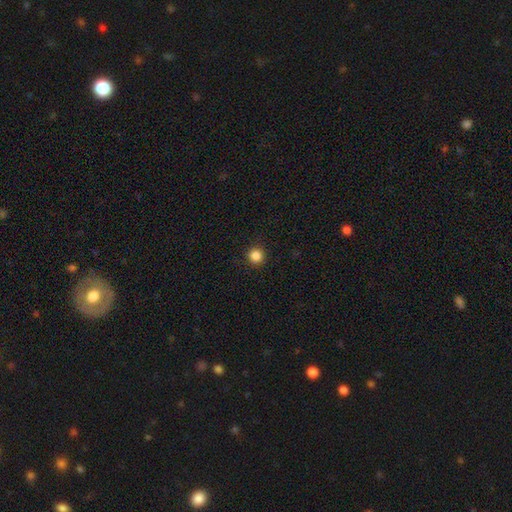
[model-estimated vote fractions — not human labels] The model was most divided on "smooth or featured": smooth: 86%, star or artifact: 11%, featured or disk: 3%. More confident: how rounded — round (95%); merging — none (92%).